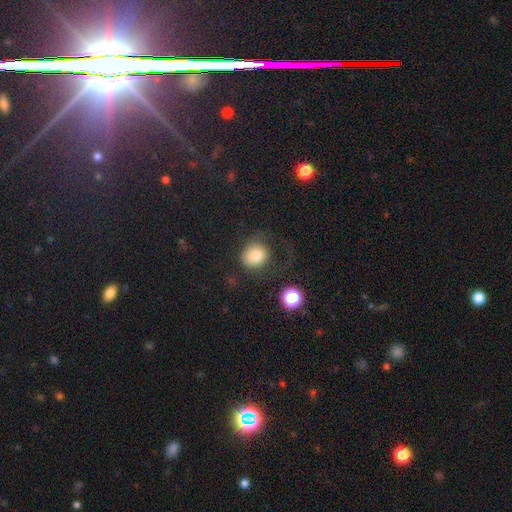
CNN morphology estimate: Smooth or featured?
  - smooth: 79% *
  - star or artifact: 12%
  - featured or disk: 9%
How rounded?
  - round: 77% *
  - in between: 23%
  - cigar-shaped: 1%
Merging?
  - none: 58% *
  - major disturbance: 20%
  - minor disturbance: 19%
  - merger: 4%